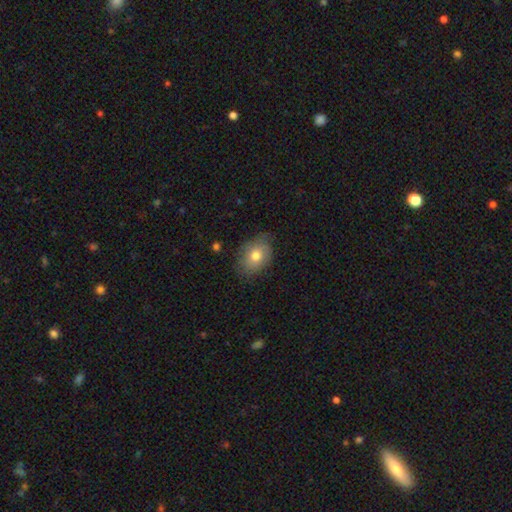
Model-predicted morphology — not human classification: The model was most divided on "how rounded": in between: 70%, round: 29%, cigar-shaped: 1%. More confident: smooth or featured — smooth (76%); merging — none (74%).